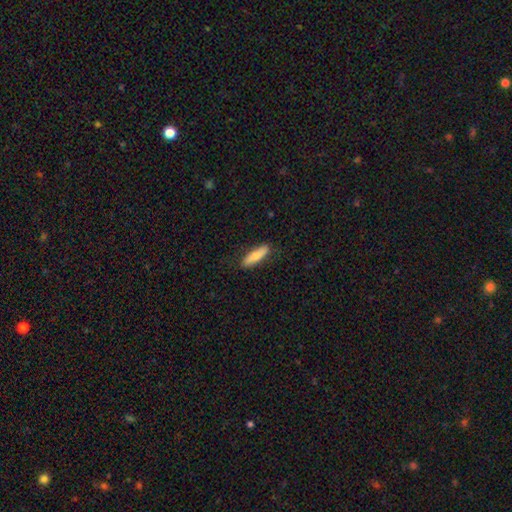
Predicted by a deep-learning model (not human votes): This is likely a smooth galaxy (69%). How rounded: likely cigar-shaped (65%). Merging: clearly none (85%).